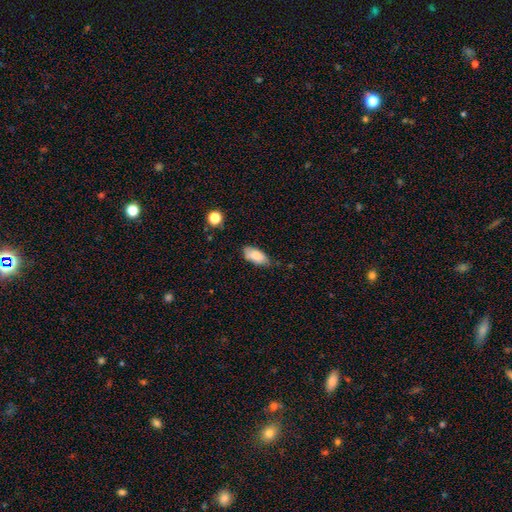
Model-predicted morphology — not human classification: smooth-or-featured: smooth: 83% | featured or disk: 10% | star or artifact: 7%
  how-rounded: in between: 91% | cigar-shaped: 6% | round: 3%
  merging: none: 66% | minor disturbance: 27% | major disturbance: 4% | merger: 2%